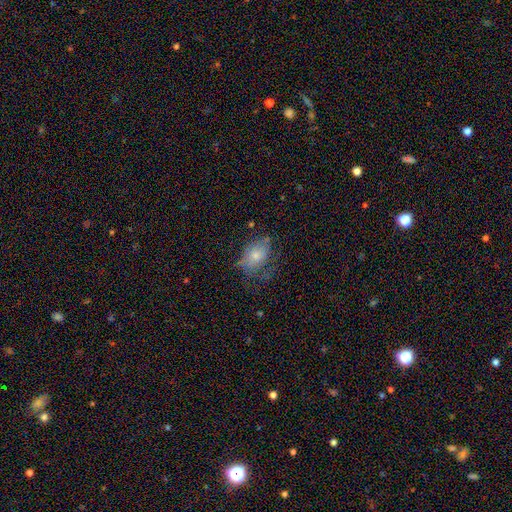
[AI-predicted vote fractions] Q: Smooth or featured?
A: smooth (65%); runner-up: featured or disk (25%)
Q: How rounded?
A: in between (76%); runner-up: round (23%)
Q: Merging?
A: none (41%); runner-up: minor disturbance (31%)